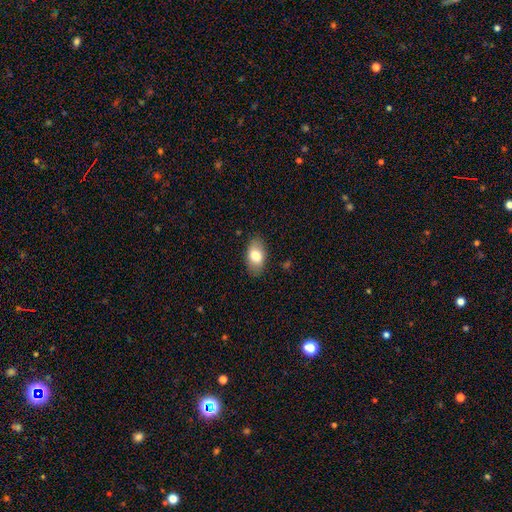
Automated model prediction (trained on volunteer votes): This appears to be a smooth galaxy with no disk features (78%) that is in between round and cigar-shaped (92%). Merging: none (85%).